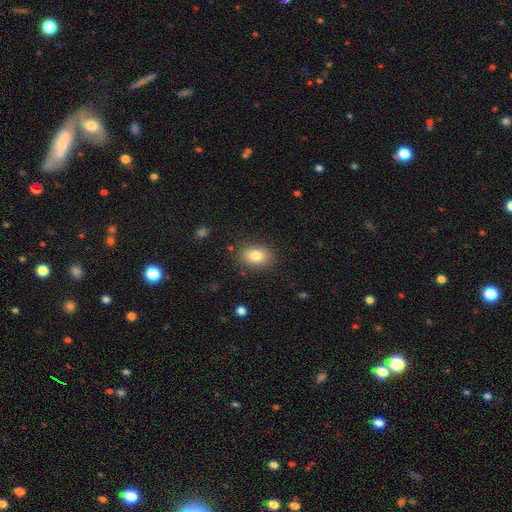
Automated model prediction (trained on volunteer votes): This is clearly a smooth galaxy (83%). How rounded: likely in between (75%). Merging: clearly none (86%).